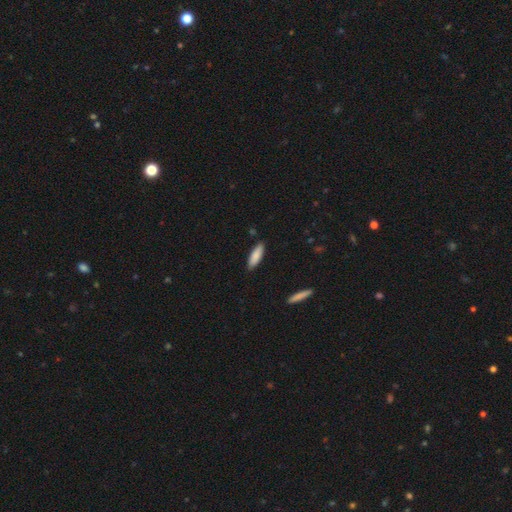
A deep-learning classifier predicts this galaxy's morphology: smooth 86%, featured or disk 8%, star or artifact 6%. Down the decision tree: how rounded — in between (50%); merging — none (87%).